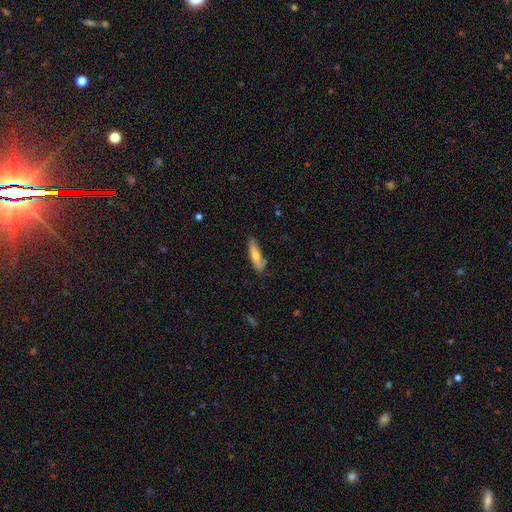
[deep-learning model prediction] A smooth galaxy with no disk features (67%) that is cigar-shaped (61%).

Vote fractions:
- Smooth or featured? smooth: 67% / featured or disk: 27% / star or artifact: 6%
- How rounded? cigar-shaped: 61% / in between: 37% / round: 2%
- Merging? none: 68% / minor disturbance: 25% / major disturbance: 5% / merger: 2%